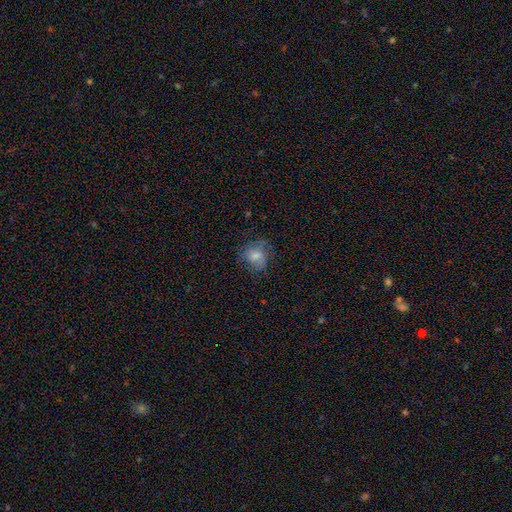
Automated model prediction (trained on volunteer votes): Smooth or featured? Predicted: smooth (p=0.66). How rounded? Predicted: round (p=0.68). Merging? Predicted: none (p=0.60).